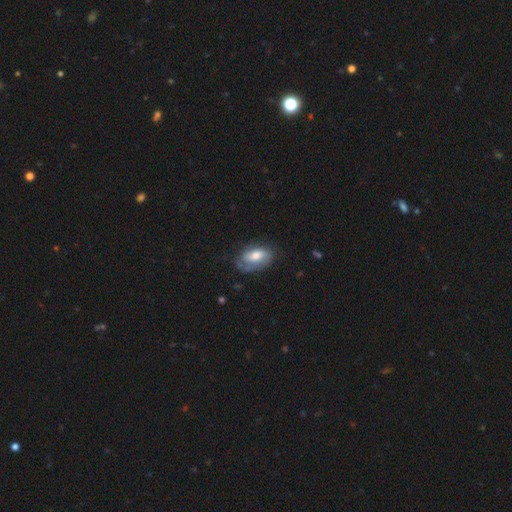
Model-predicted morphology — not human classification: smooth 58%, featured or disk 36%, star or artifact 7%. Down the decision tree: how rounded — in between (90%); merging — none (54%).